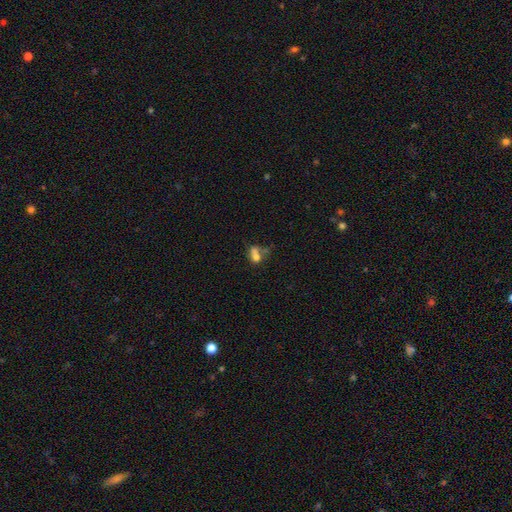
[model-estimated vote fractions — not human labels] This is likely a smooth galaxy (63%). How rounded: possibly in between (58%). Merging: possibly merger (48%).